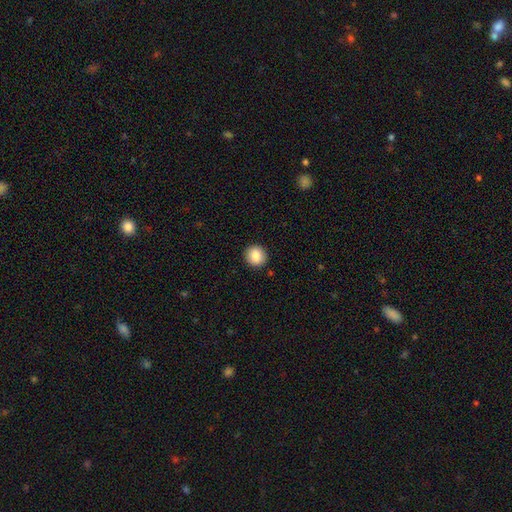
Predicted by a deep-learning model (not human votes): Smooth or featured? smooth (86%)
How rounded? round (89%)
Merging? none (92%)